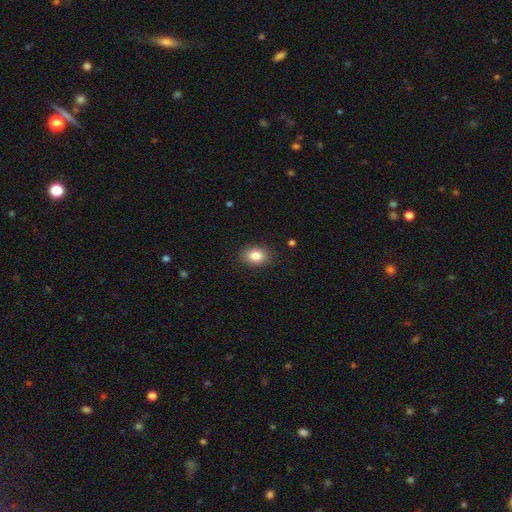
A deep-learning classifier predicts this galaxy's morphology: smooth 85%, star or artifact 9%, featured or disk 7%. Down the decision tree: how rounded — in between (72%); merging — none (87%).